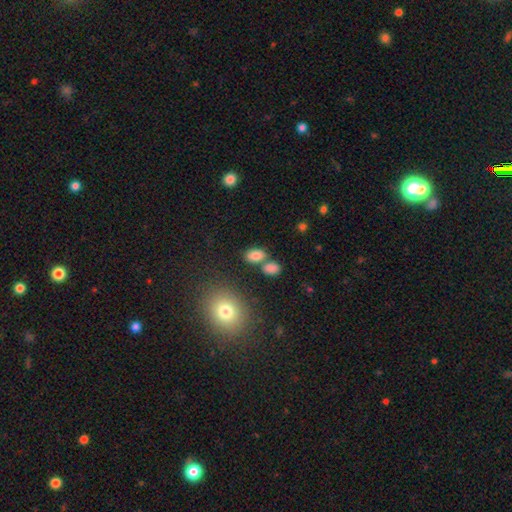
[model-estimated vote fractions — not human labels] A smooth galaxy with no disk features (81%) that is in between round and cigar-shaped (86%). Merging: none (64%).